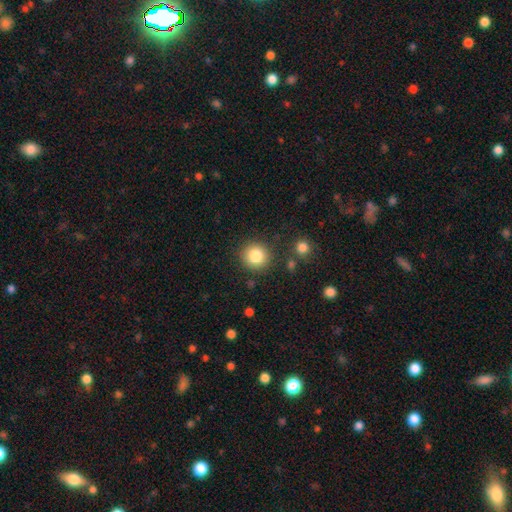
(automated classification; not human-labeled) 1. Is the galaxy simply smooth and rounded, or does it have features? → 83% smooth, 10% star or artifact, 7% featured or disk.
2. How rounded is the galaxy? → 92% round, 7% in between, 1% cigar-shaped.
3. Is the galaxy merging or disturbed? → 86% none, 8% minor disturbance, 3% merger, 3% major disturbance.